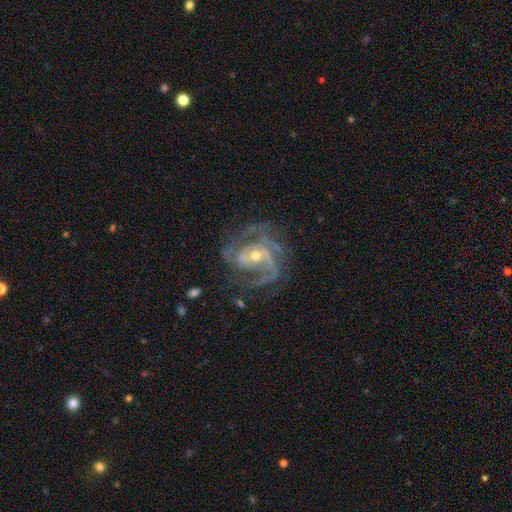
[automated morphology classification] featured or disk 90%, star or artifact 6%, smooth 4%. Down the decision tree: edge-on disk — no (97%); bar — no (49%); spiral arms — yes (96%); spiral arm count — 2 (35%); spiral winding — medium (46%); bulge size — moderate (49%); merging — none (62%).